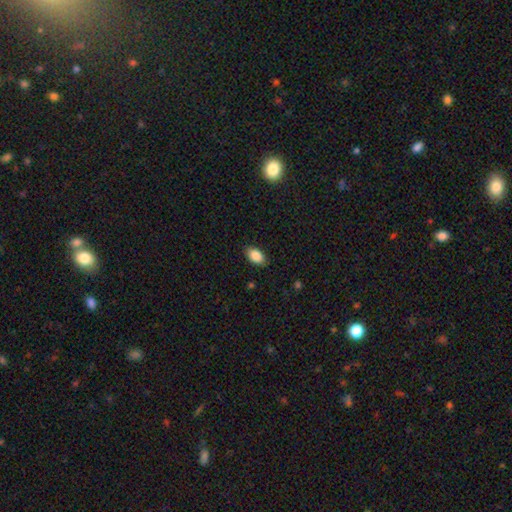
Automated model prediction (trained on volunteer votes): This appears to be a smooth galaxy with no disk features (88%) that is in between round and cigar-shaped (92%). Merging: none (86%).